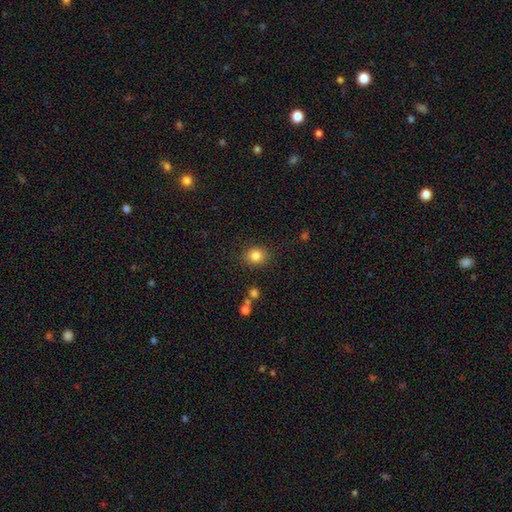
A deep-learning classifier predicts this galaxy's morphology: smooth 84%, star or artifact 11%, featured or disk 6%. Down the decision tree: how rounded — round (71%); merging — none (87%).